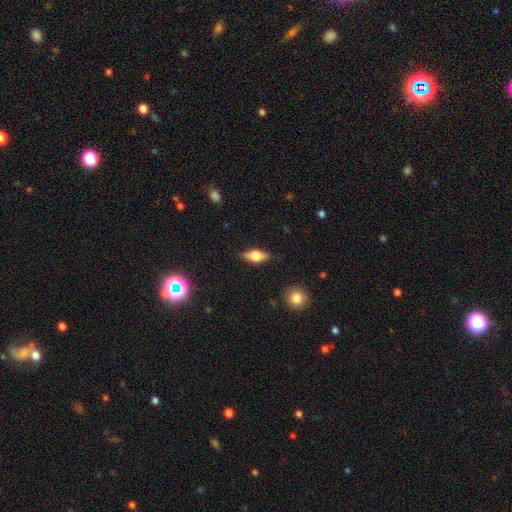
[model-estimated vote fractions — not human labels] smooth_or_featured: smooth (p=0.59) [alt: featured or disk p=0.33]
how_rounded: in between (p=0.77) [alt: cigar-shaped p=0.19]
merging: none (p=0.85) [alt: minor disturbance p=0.11]